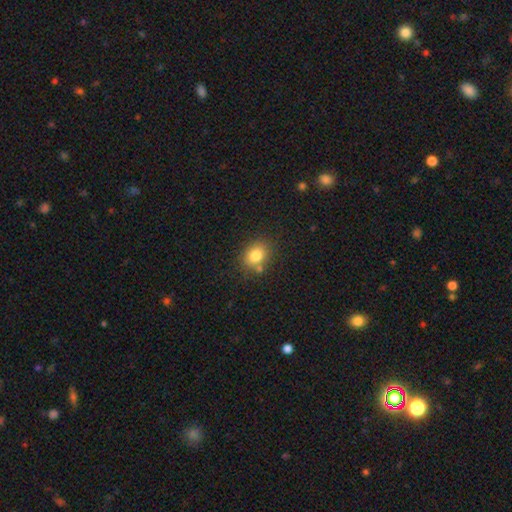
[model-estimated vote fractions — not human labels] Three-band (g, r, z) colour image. It shows a smooth galaxy with no disk features (81%) that is in between round and cigar-shaped (54%). Merging: none (71%).